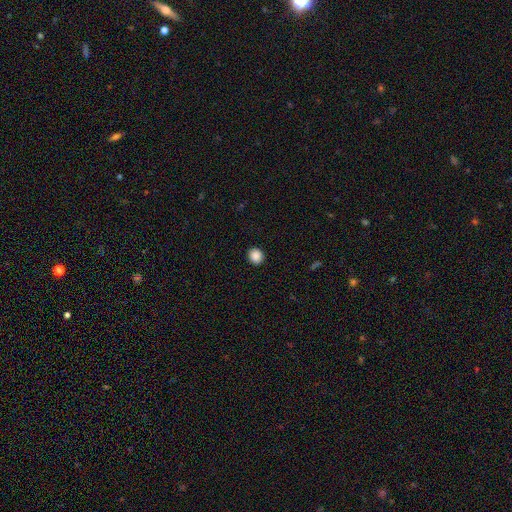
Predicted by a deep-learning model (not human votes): Smooth or featured: smooth — 88% (star or artifact — 9%)
How rounded: round — 81% (in between — 18%)
Merging: none — 92% (minor disturbance — 5%)